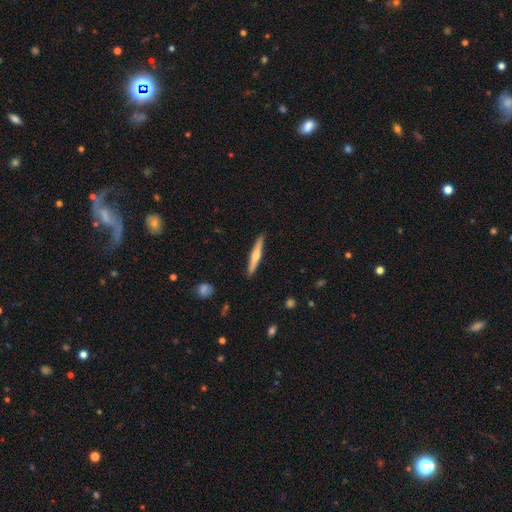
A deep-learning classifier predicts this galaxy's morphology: This appears to be a featured or disk galaxy (53%) viewed edge-on (97%) with a rounded central bulge (84%). Merging: none (91%).